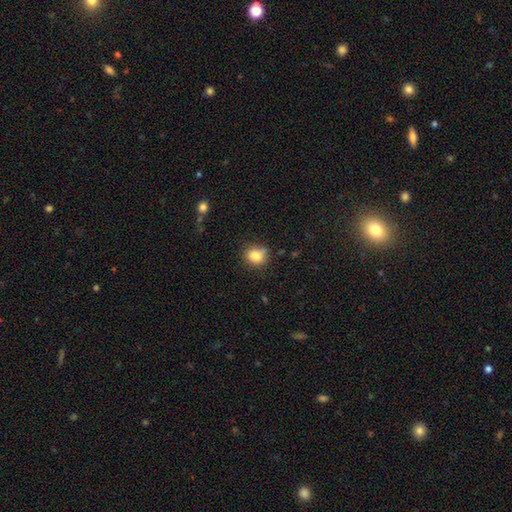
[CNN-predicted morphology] Smooth or featured: smooth — 82% (star or artifact — 11%)
How rounded: round — 76% (in between — 23%)
Merging: none — 70% (minor disturbance — 22%)